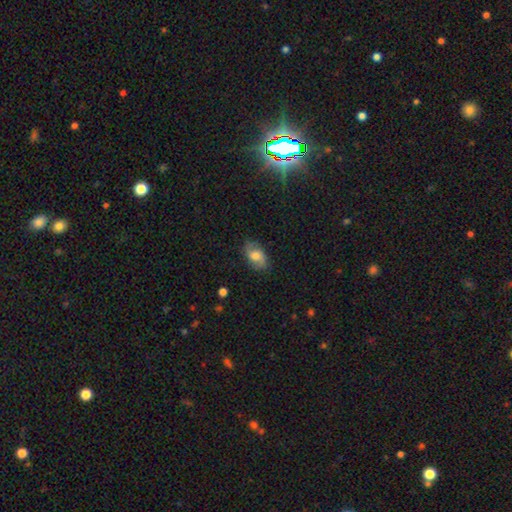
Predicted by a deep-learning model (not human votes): smooth_or_featured: smooth (p=0.56) [alt: featured or disk p=0.35]
how_rounded: in between (p=0.88) [alt: round p=0.10]
merging: none (p=0.77) [alt: minor disturbance p=0.17]